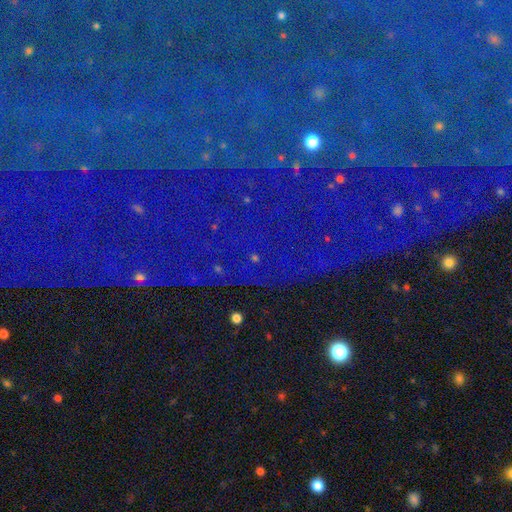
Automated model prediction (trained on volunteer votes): Morphology: type=star or artifact (86%).